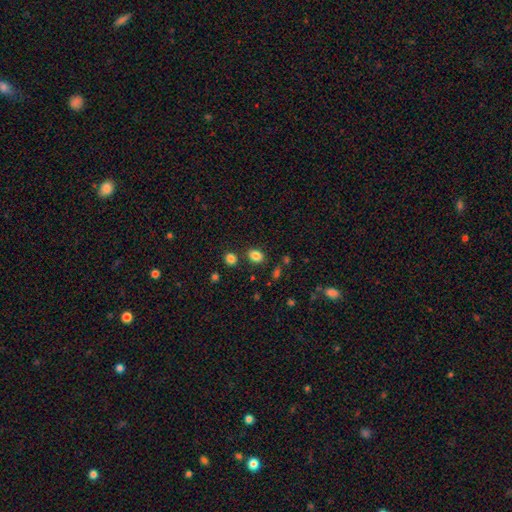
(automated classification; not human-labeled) Smooth or featured? Predicted: smooth (p=0.84). How rounded? Predicted: in between (p=0.64). Merging? Predicted: none (p=0.81).